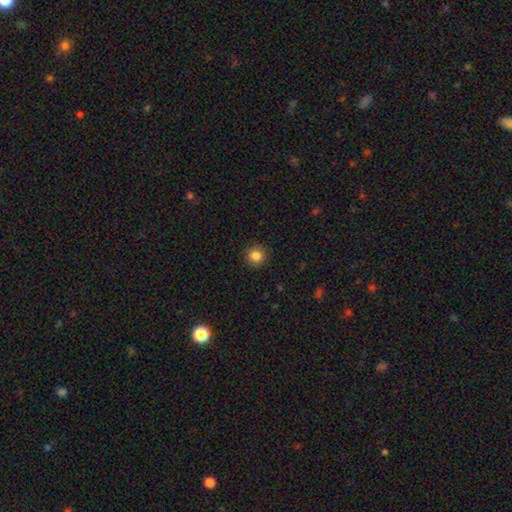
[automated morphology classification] smooth_or_featured: smooth (p=0.85) [alt: star or artifact p=0.11]
how_rounded: round (p=0.93) [alt: in between p=0.07]
merging: none (p=0.91) [alt: minor disturbance p=0.06]